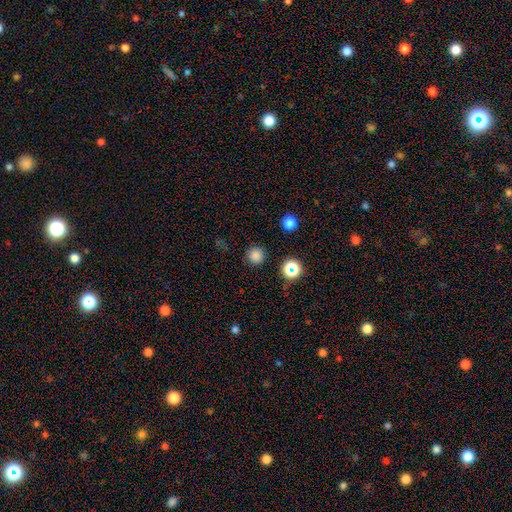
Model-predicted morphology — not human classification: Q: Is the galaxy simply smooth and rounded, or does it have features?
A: smooth — 79%.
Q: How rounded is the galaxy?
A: round — 95%.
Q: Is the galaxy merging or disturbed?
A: none — 88%.